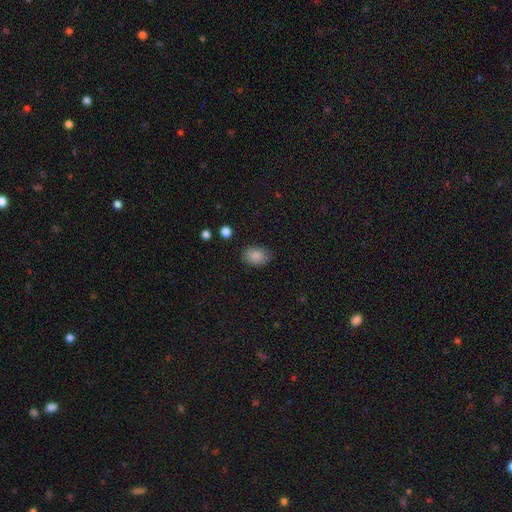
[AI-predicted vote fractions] Smooth or featured? Predicted: smooth (p=0.87). How rounded? Predicted: in between (p=0.81). Merging? Predicted: none (p=0.81).